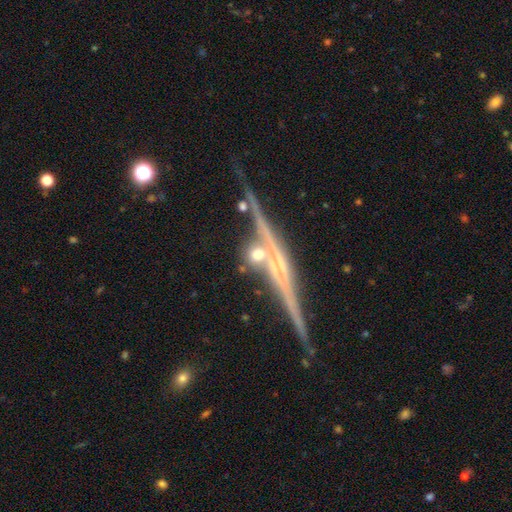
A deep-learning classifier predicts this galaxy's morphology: smooth-or-featured: featured or disk: 41% | smooth: 32% | star or artifact: 27%
  merging: none: 73% | minor disturbance: 13% | merger: 8% | major disturbance: 6%